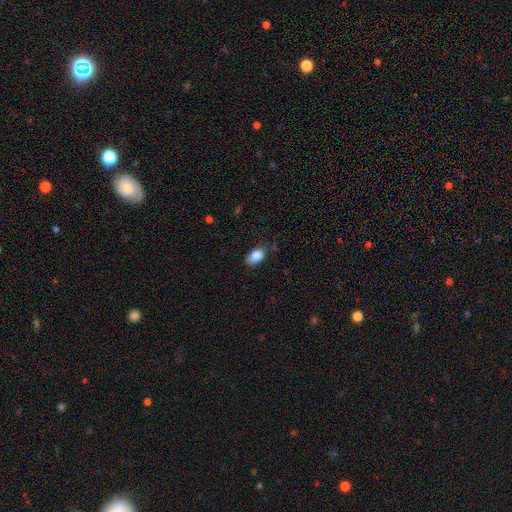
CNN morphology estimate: smooth-or-featured: smooth: 86% | star or artifact: 8% | featured or disk: 6%
  how-rounded: in between: 87% | round: 11% | cigar-shaped: 1%
  merging: none: 71% | minor disturbance: 23% | major disturbance: 5% | merger: 2%